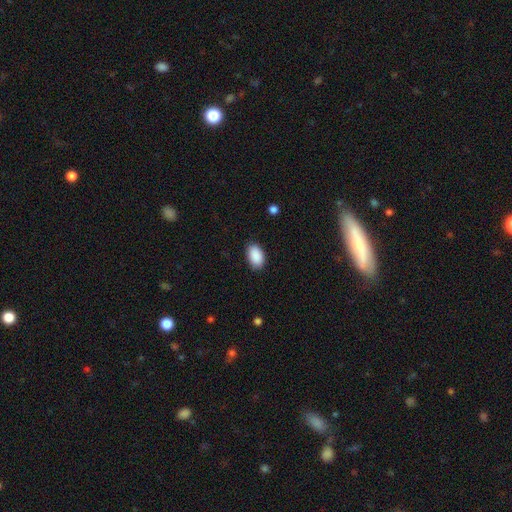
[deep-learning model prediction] Q: Smooth or featured?
A: smooth (91%); runner-up: star or artifact (6%)
Q: How rounded?
A: in between (93%); runner-up: round (5%)
Q: Merging?
A: none (87%); runner-up: minor disturbance (10%)